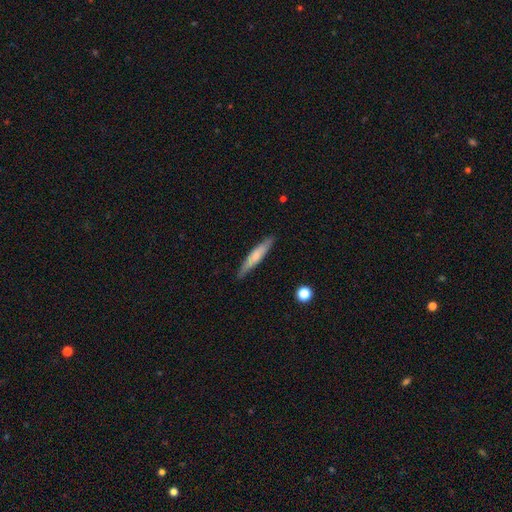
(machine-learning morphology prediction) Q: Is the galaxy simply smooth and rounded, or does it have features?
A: smooth — 61%.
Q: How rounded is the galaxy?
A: cigar-shaped — 90%.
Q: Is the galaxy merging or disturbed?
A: none — 86%.